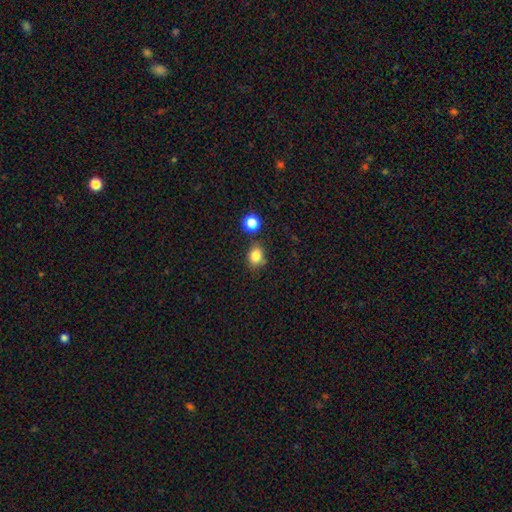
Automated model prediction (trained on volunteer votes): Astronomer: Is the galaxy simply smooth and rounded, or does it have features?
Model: smooth — 83%.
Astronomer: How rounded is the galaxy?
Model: round — 54% (runner-up: in between, 45%).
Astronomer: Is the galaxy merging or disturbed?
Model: none — 70%.